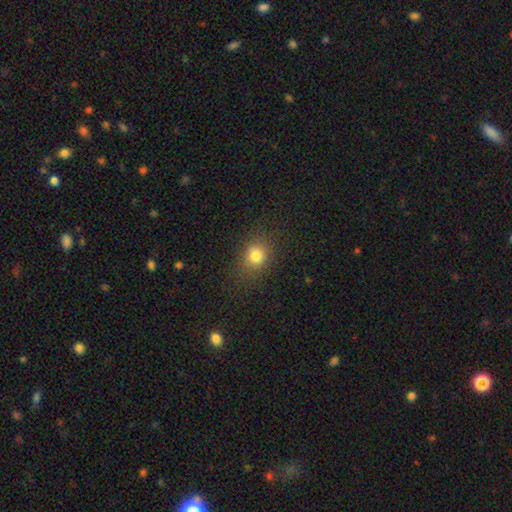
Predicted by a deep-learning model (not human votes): smooth-or-featured: smooth: 79% | star or artifact: 14% | featured or disk: 7%
  how-rounded: round: 63% | in between: 35% | cigar-shaped: 1%
  merging: none: 80% | minor disturbance: 13% | major disturbance: 6% | merger: 1%